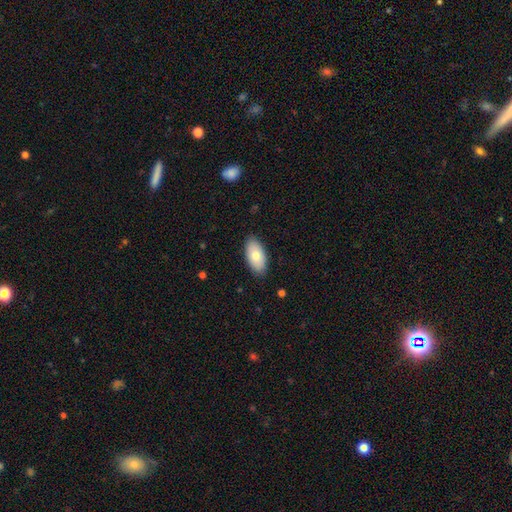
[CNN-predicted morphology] smooth-or-featured: smooth: 74% | featured or disk: 20% | star or artifact: 6%
  how-rounded: in between: 94% | round: 3% | cigar-shaped: 3%
  merging: none: 87% | minor disturbance: 10% | major disturbance: 2% | merger: 1%